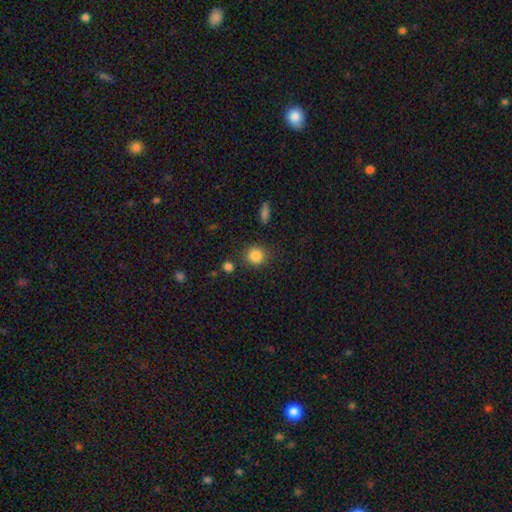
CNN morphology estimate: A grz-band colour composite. It shows a smooth galaxy with no disk features (86%) that is round (90%). Merging: none (84%).